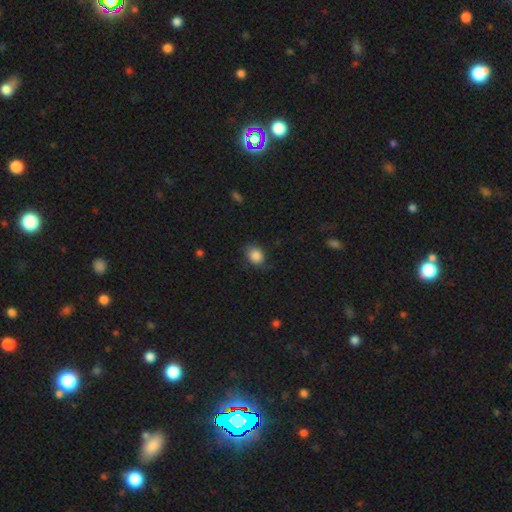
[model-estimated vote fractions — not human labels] A smooth galaxy with no disk features (82%) that is round (52%).

Vote fractions:
- Smooth or featured? smooth: 82% / featured or disk: 10% / star or artifact: 8%
- How rounded? round: 52% / in between: 47% / cigar-shaped: 1%
- Merging? none: 65% / minor disturbance: 25% / major disturbance: 9% / merger: 1%